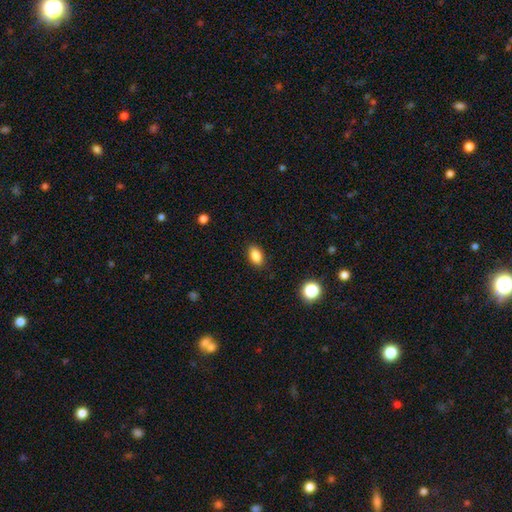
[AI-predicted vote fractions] Smooth or featured: smooth — 86% (star or artifact — 9%)
How rounded: in between — 88% (round — 9%)
Merging: none — 88% (minor disturbance — 9%)